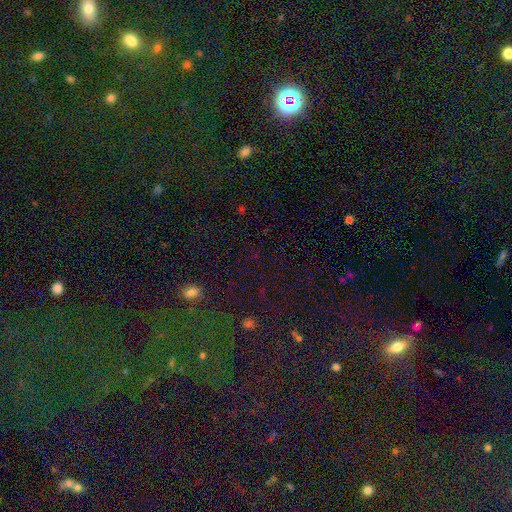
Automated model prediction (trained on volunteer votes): A star or artifact, not a galaxy (68%).

Vote fractions:
- Smooth or featured? star or artifact: 68% / smooth: 25% / featured or disk: 8%